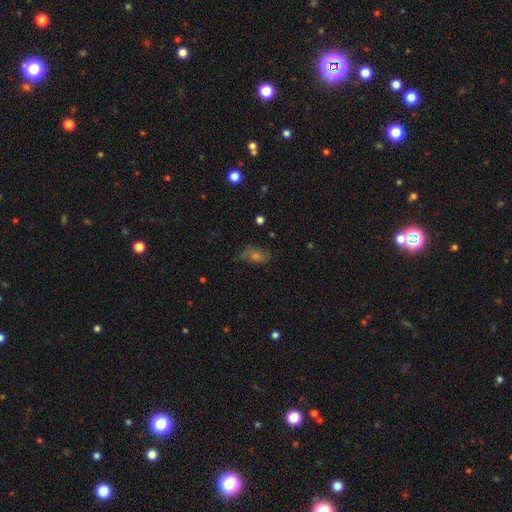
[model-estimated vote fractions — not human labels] A featured or disk galaxy (38%, tied with smooth).

Vote fractions:
- Smooth or featured? featured or disk: 38% (tied) / smooth: 38% (tied) / star or artifact: 24%
- Merging? none: 61% / minor disturbance: 22% / major disturbance: 14% / merger: 2%